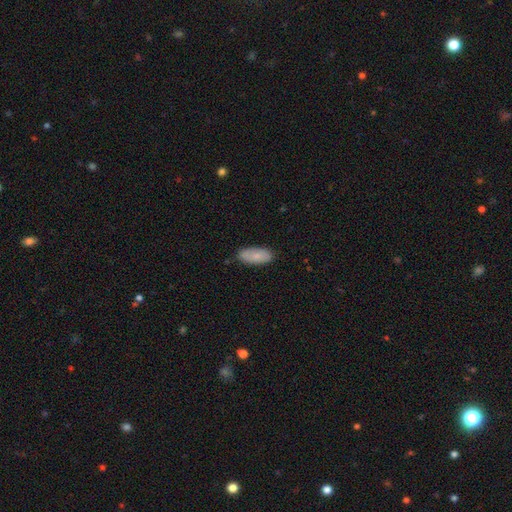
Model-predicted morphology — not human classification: smooth 79%, featured or disk 15%, star or artifact 6%. Down the decision tree: how rounded — in between (85%); merging — none (80%).